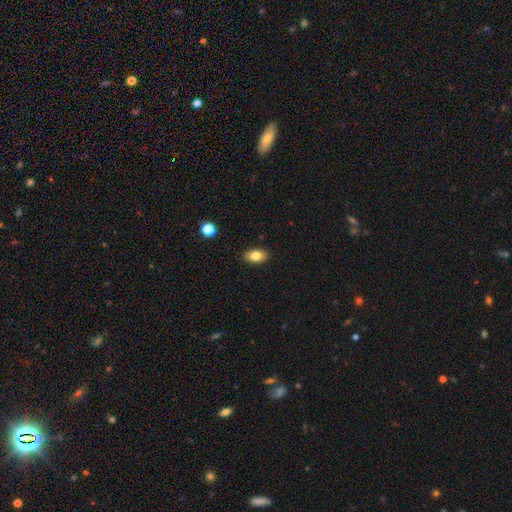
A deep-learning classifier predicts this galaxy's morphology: type=smooth (81%); roundness=in between (90%); merging=none (89%).